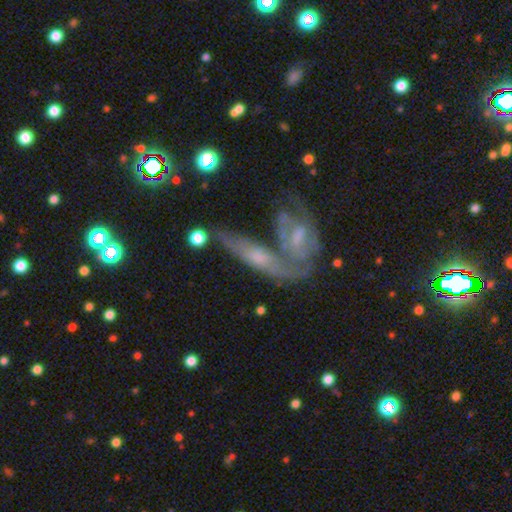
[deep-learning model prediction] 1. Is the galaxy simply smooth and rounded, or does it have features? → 60% featured or disk, 29% smooth, 11% star or artifact.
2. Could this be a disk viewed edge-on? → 57% no, 43% yes.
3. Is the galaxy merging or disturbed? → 43% merger, 36% none, 13% minor disturbance, 8% major disturbance.